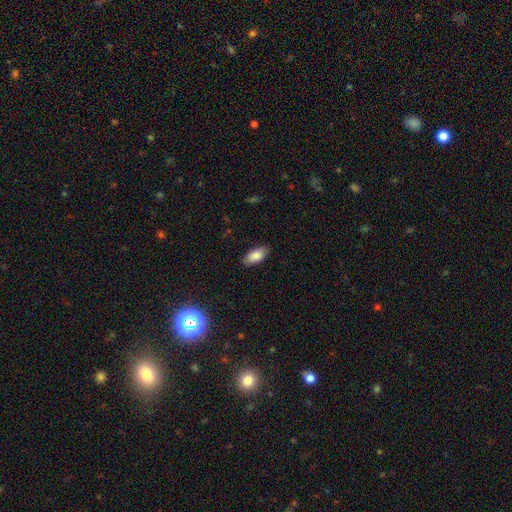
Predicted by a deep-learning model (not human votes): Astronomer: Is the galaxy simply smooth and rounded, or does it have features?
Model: smooth — 86%.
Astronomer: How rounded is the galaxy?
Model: in between — 91%.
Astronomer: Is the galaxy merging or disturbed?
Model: none — 87%.